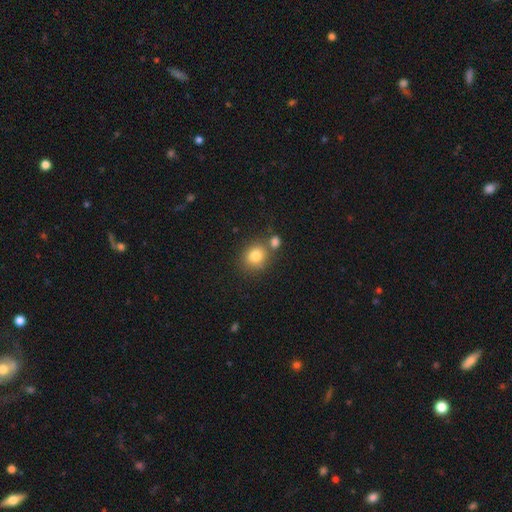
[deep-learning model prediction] Smooth or featured?
  - smooth: 81% *
  - star or artifact: 11%
  - featured or disk: 8%
How rounded?
  - round: 78% *
  - in between: 21%
  - cigar-shaped: 1%
Merging?
  - none: 65% *
  - merger: 21%
  - minor disturbance: 11%
  - major disturbance: 3%